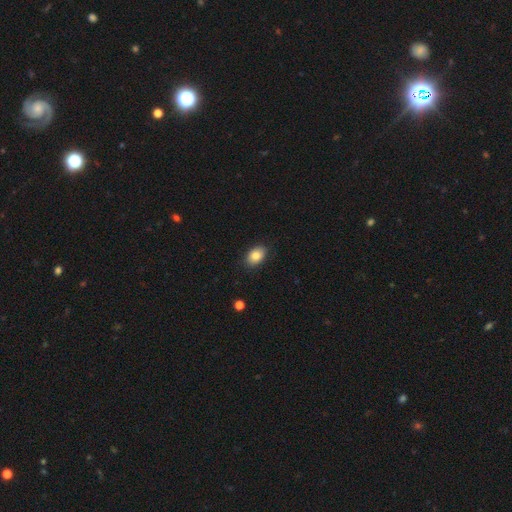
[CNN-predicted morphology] A smooth galaxy with no disk features (84%) that is in between round and cigar-shaped (85%).

Vote fractions:
- Smooth or featured? smooth: 84% / star or artifact: 8% / featured or disk: 8%
- How rounded? in between: 85% / round: 13% / cigar-shaped: 1%
- Merging? none: 87% / minor disturbance: 10% / major disturbance: 2% / merger: 1%